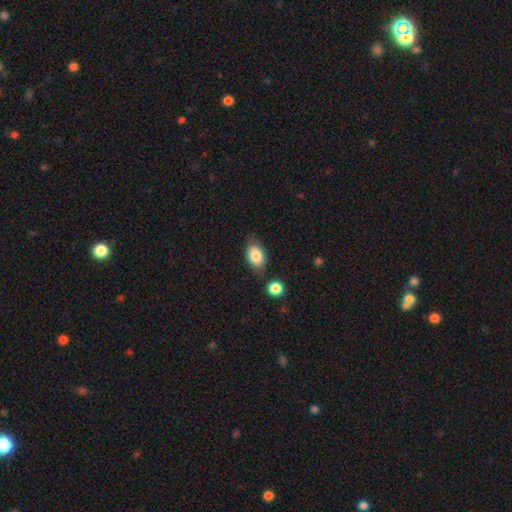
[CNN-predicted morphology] This is clearly a smooth galaxy (84%). How rounded: clearly in between (87%). Merging: likely none (73%).